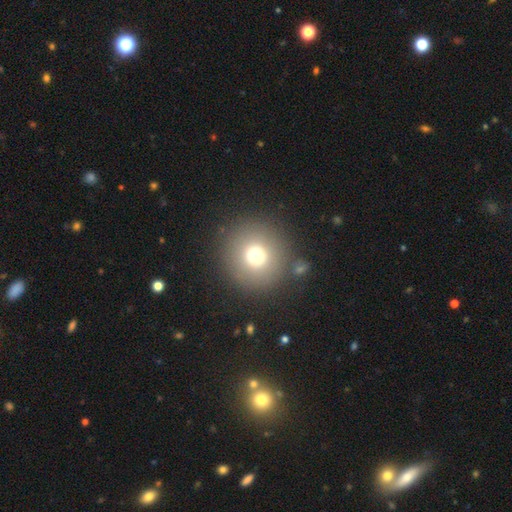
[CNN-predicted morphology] This appears to be a smooth galaxy with no disk features (73%) that is round (95%). Merging: none (84%).